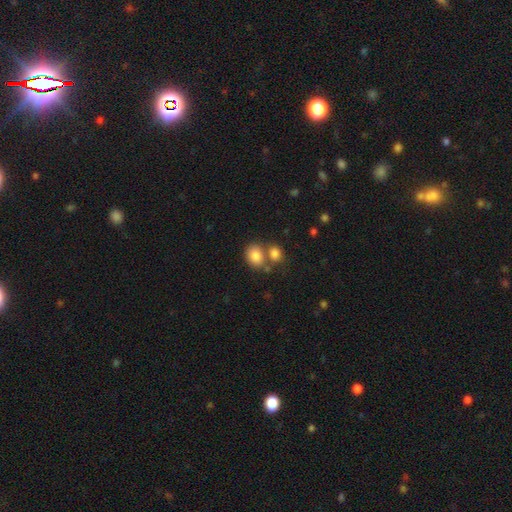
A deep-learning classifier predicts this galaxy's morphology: Smooth or featured? Predicted: smooth (p=0.83). How rounded? Predicted: in between (p=0.52). Merging? Predicted: none (p=0.48).